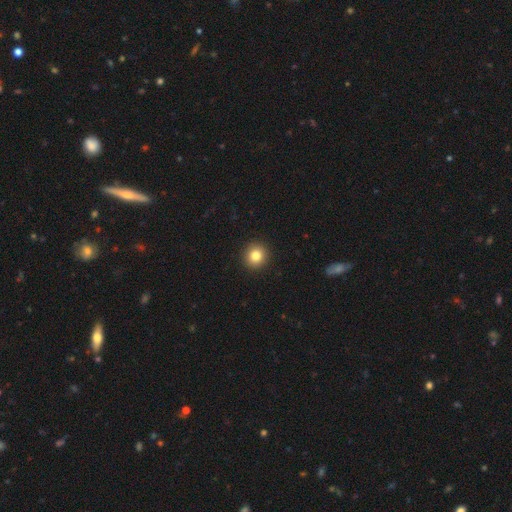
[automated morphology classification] This appears to be a smooth galaxy with no disk features (83%) that is round (91%). Merging: none (93%).